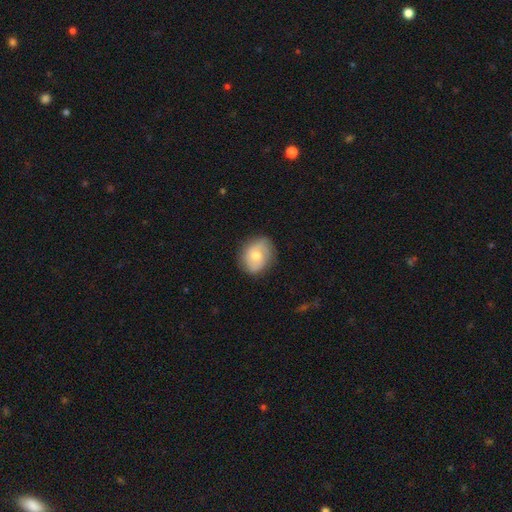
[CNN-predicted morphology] A featured or disk galaxy (48%). Merging: none (78%).